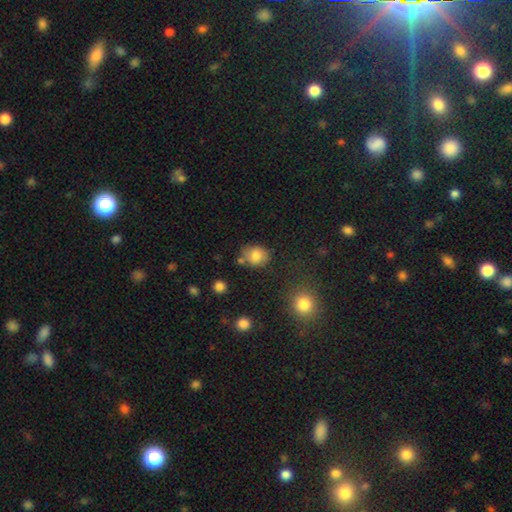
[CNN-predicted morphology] smooth-or-featured: smooth: 80% | star or artifact: 11% | featured or disk: 9%
  how-rounded: round: 66% | in between: 33% | cigar-shaped: 1%
  merging: none: 68% | minor disturbance: 18% | merger: 10% | major disturbance: 5%